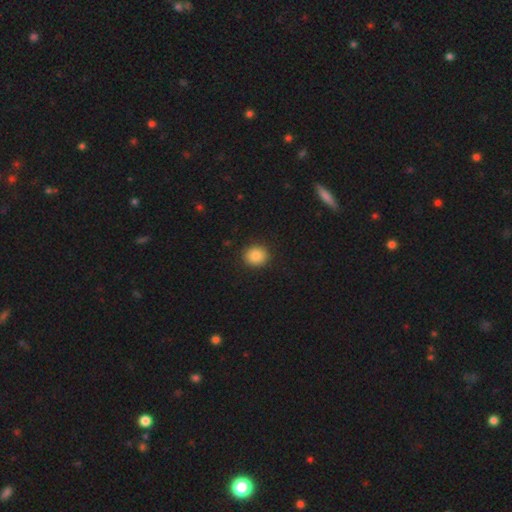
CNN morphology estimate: A smooth galaxy with no disk features (86%) that is round (82%). Merging: none (91%).